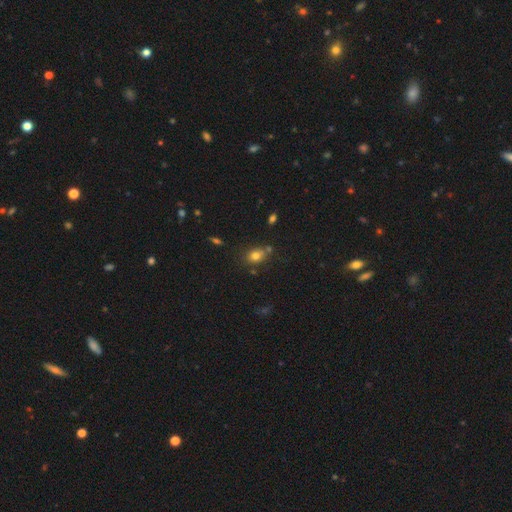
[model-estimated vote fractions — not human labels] The model was most divided on "how rounded": in between: 55%, round: 44%, cigar-shaped: 1%. More confident: smooth or featured — smooth (76%); merging — none (64%).